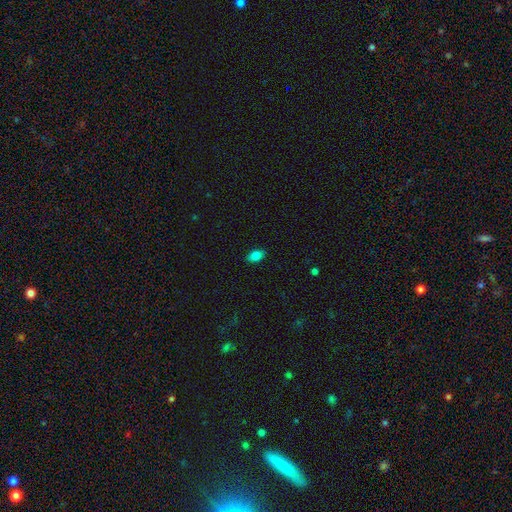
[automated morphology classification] smooth_or_featured: smooth (p=0.83) [alt: star or artifact p=0.09]
how_rounded: in between (p=0.89) [alt: round p=0.08]
merging: none (p=0.88) [alt: minor disturbance p=0.09]